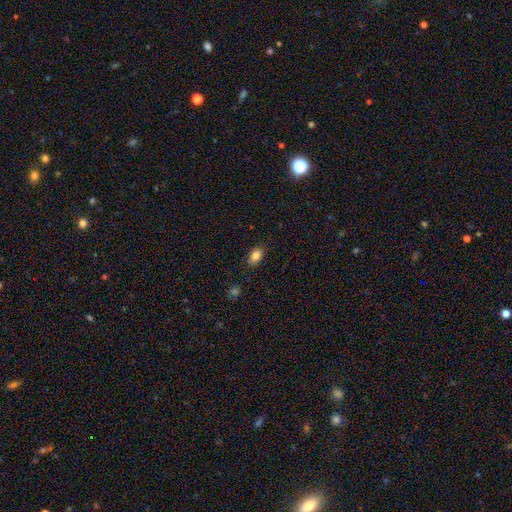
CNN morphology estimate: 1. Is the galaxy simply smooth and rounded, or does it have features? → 84% smooth, 9% star or artifact, 7% featured or disk.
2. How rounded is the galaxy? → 84% in between, 14% round, 2% cigar-shaped.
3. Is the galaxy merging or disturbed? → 84% none, 12% minor disturbance, 2% major disturbance, 1% merger.